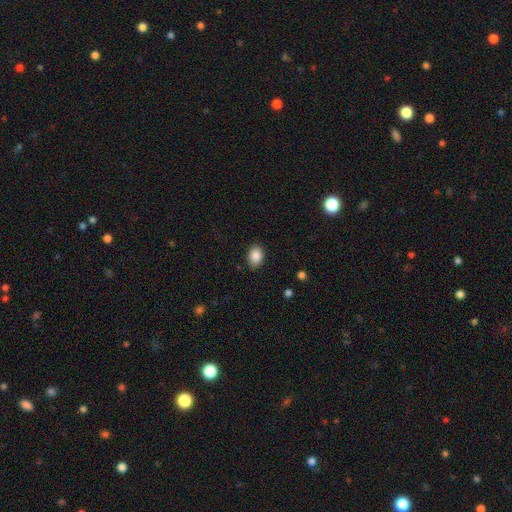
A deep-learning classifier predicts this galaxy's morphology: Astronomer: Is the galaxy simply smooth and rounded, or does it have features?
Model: smooth — 88%.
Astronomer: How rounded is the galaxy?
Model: in between — 77%.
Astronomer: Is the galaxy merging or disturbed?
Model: none — 83%.